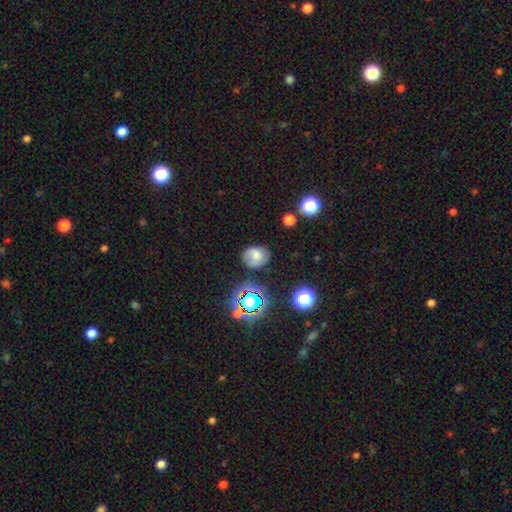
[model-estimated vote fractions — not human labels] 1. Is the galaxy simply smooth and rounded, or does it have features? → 63% smooth, 23% featured or disk, 14% star or artifact.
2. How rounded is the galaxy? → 52% in between, 47% round, 1% cigar-shaped.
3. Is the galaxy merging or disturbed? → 67% none, 22% minor disturbance, 7% major disturbance, 4% merger.